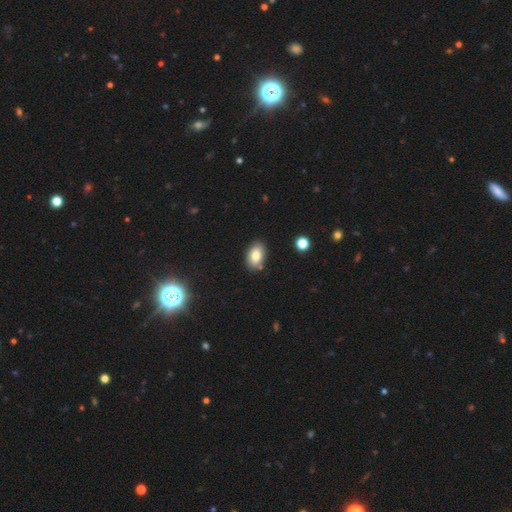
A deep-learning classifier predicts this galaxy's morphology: This is likely a smooth galaxy (79%). How rounded: clearly in between (89%). Merging: clearly none (83%).